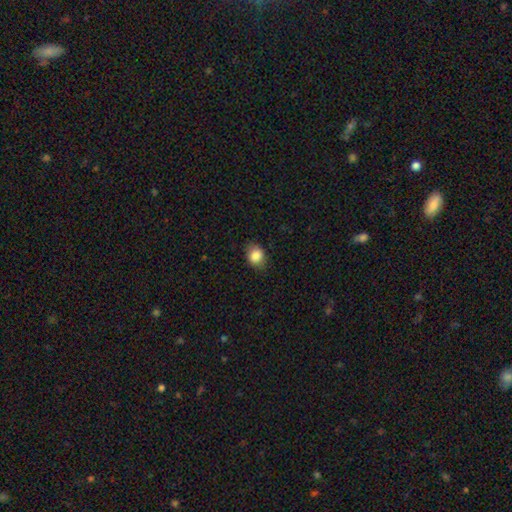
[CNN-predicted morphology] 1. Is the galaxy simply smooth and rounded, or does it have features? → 86% smooth, 9% star or artifact, 5% featured or disk.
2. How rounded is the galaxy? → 50% round, 49% in between, 1% cigar-shaped.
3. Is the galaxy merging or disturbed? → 78% none, 17% minor disturbance, 4% major disturbance, 1% merger.